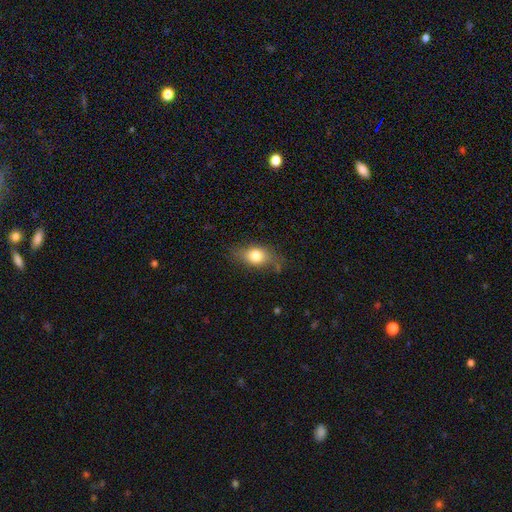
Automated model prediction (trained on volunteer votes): Smooth or featured? Predicted: smooth (p=0.75). How rounded? Predicted: in between (p=0.73). Merging? Predicted: none (p=0.66).